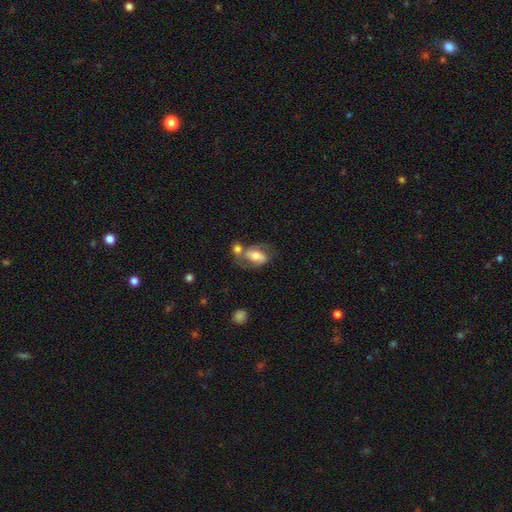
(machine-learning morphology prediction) Q: Smooth or featured?
A: featured or disk (55%); runner-up: smooth (37%)
Q: Edge-on disk?
A: no (95%); runner-up: yes (5%)
Q: Bar?
A: weak (38%); runner-up: no (35%)
Q: Spiral arms?
A: yes (80%); runner-up: no (20%)
Q: Bulge size?
A: moderate (55%); runner-up: small (20%)
Q: Merging?
A: none (37%); tied with: merger (37%)